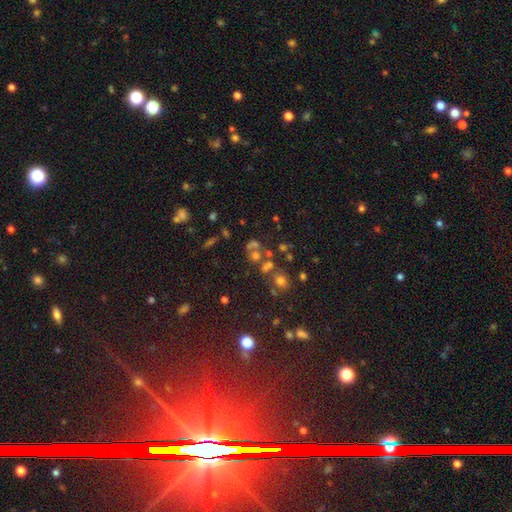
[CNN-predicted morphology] The model was most divided on "smooth or featured": star or artifact: 44%, smooth: 38%, featured or disk: 18%.